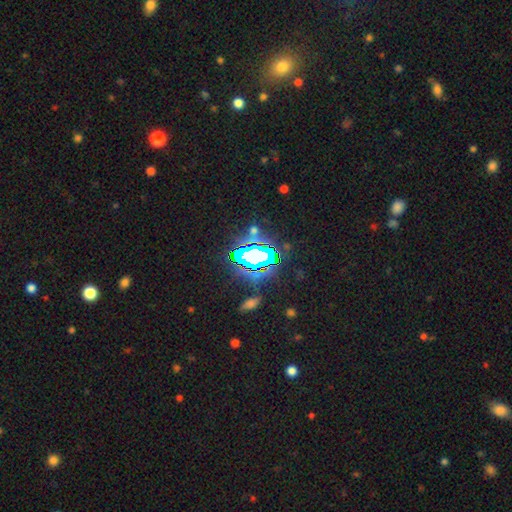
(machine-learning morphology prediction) smooth-or-featured: star or artifact: 66% | smooth: 19% | featured or disk: 15%